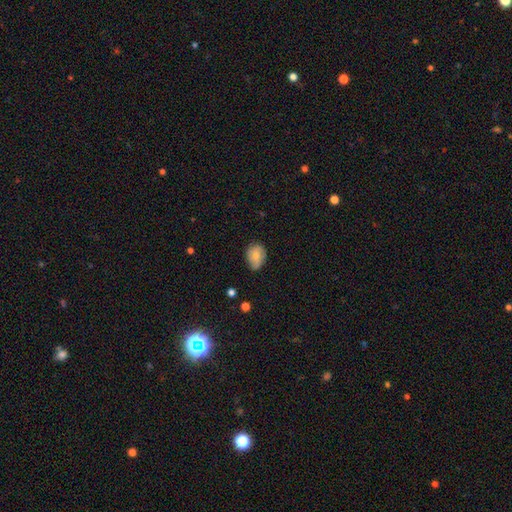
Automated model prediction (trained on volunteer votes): This is likely a smooth galaxy (73%). How rounded: likely in between (63%). Merging: possibly none (59%).